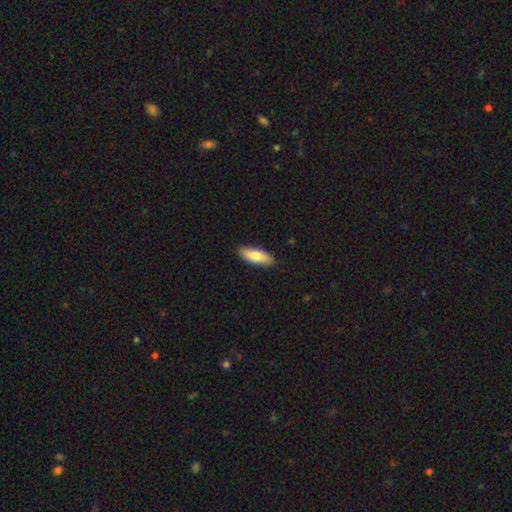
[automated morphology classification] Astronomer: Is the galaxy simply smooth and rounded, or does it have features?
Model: smooth — 81%.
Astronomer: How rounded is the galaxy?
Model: in between — 67%.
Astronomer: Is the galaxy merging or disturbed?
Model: none — 89%.